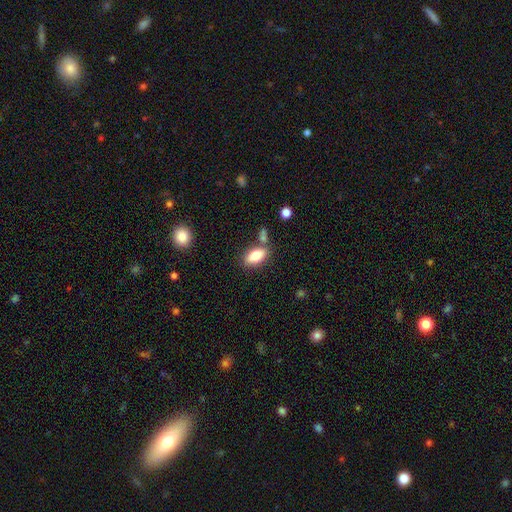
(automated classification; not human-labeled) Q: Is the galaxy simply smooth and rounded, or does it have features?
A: smooth — 79%.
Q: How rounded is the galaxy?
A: in between — 87%.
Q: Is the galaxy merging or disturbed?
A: none — 72%.